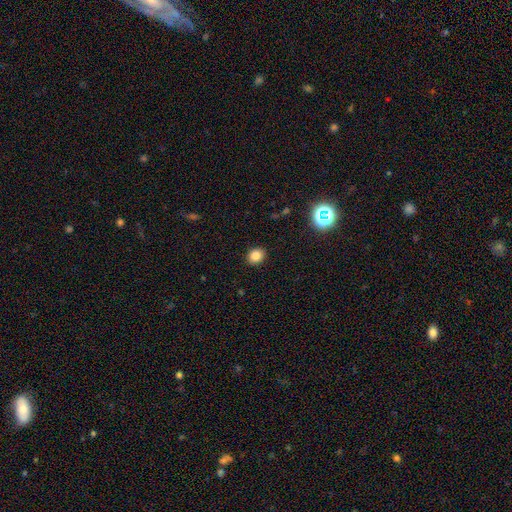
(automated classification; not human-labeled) smooth_or_featured: smooth (p=0.82) [alt: star or artifact p=0.12]
how_rounded: round (p=0.61) [alt: in between p=0.38]
merging: none (p=0.91) [alt: minor disturbance p=0.07]